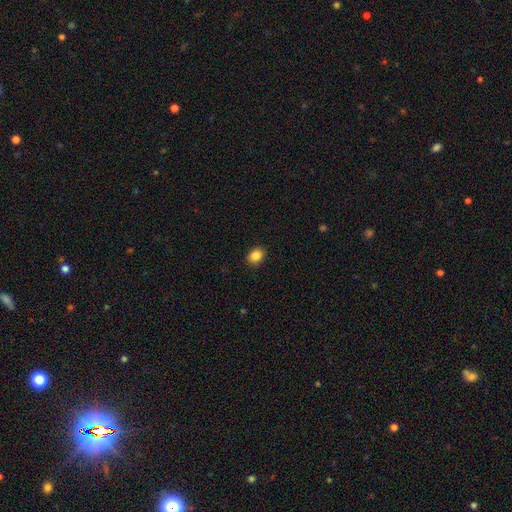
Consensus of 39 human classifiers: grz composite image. It shows a smooth galaxy with no disk features (90%) that is round (60%). Merging: none (89%).